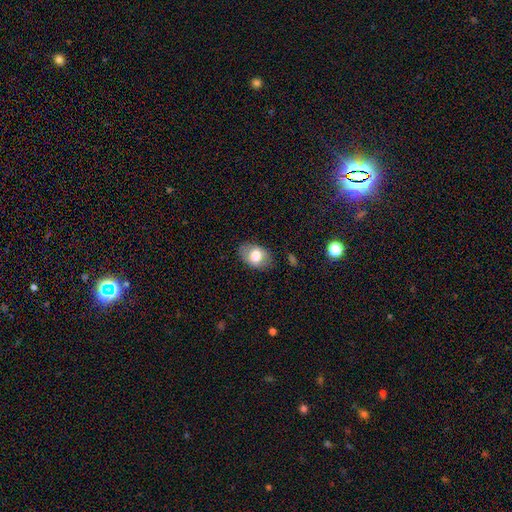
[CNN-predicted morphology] smooth-or-featured: smooth: 73% | featured or disk: 19% | star or artifact: 8%
  how-rounded: in between: 81% | round: 18% | cigar-shaped: 1%
  merging: none: 81% | minor disturbance: 14% | major disturbance: 4% | merger: 1%